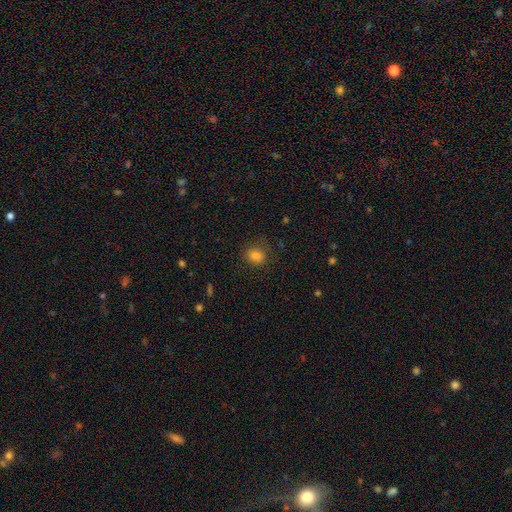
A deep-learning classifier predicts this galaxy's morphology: Q: Smooth or featured?
A: smooth (81%); runner-up: star or artifact (14%)
Q: How rounded?
A: round (54%); runner-up: in between (45%)
Q: Merging?
A: none (79%); runner-up: minor disturbance (15%)